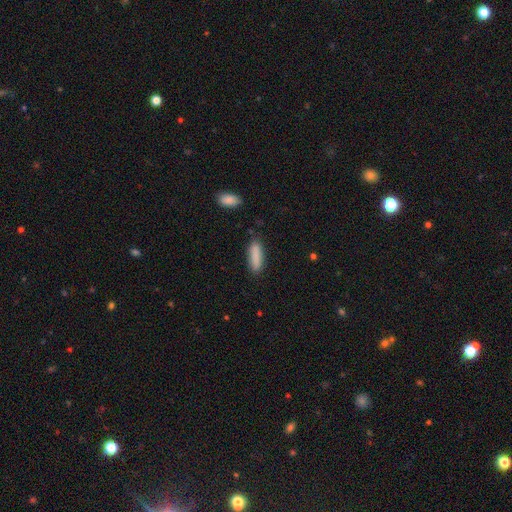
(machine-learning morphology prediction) Smooth or featured? smooth (87%)
How rounded? cigar-shaped (57%)
Merging? none (84%)